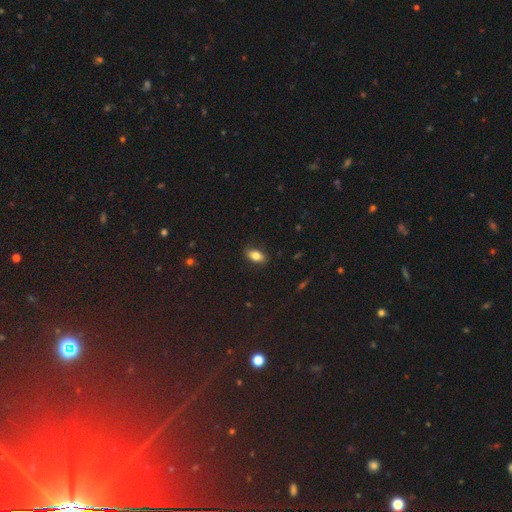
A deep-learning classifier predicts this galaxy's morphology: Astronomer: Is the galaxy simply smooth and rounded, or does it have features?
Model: smooth — 81%.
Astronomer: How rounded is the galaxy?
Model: in between — 88%.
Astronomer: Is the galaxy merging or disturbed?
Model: none — 84%.